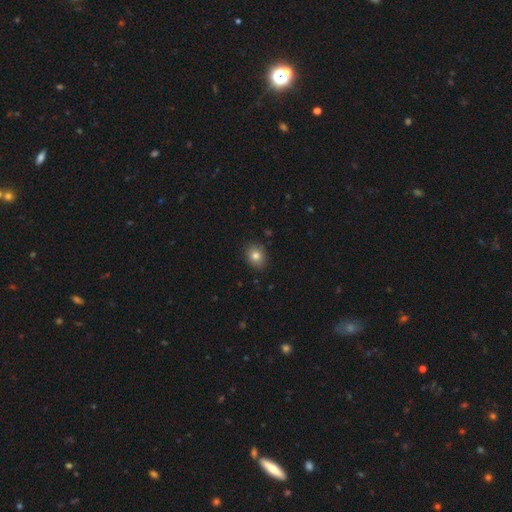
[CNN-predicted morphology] A smooth galaxy with no disk features (81%) that is round (53%). Merging: none (88%).